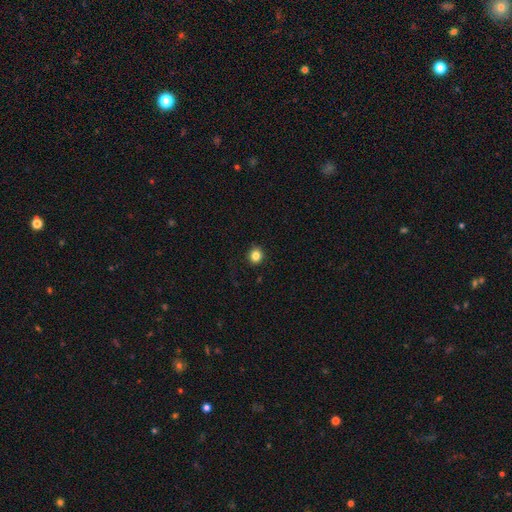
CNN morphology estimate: Overall: smooth (84%). How rounded: round (86%). Merging: none (91%).